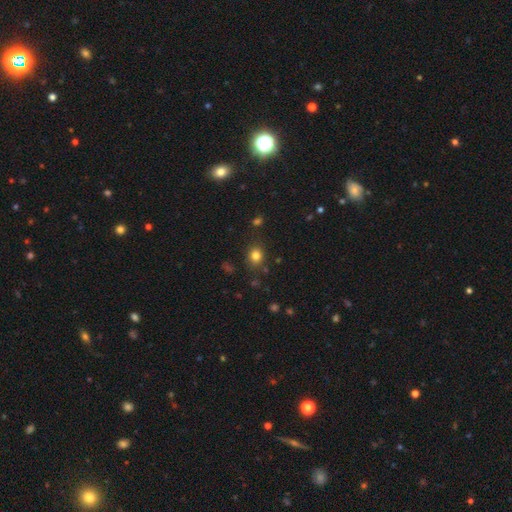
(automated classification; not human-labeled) smooth 80%, star or artifact 14%, featured or disk 6%. Down the decision tree: how rounded — round (67%); merging — none (83%).